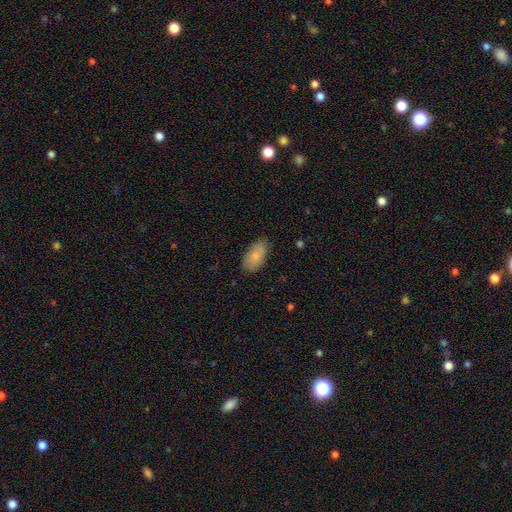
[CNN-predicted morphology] smooth_or_featured: smooth (p=0.82) [alt: featured or disk p=0.11]
how_rounded: in between (p=0.94) [alt: round p=0.03]
merging: none (p=0.78) [alt: minor disturbance p=0.18]